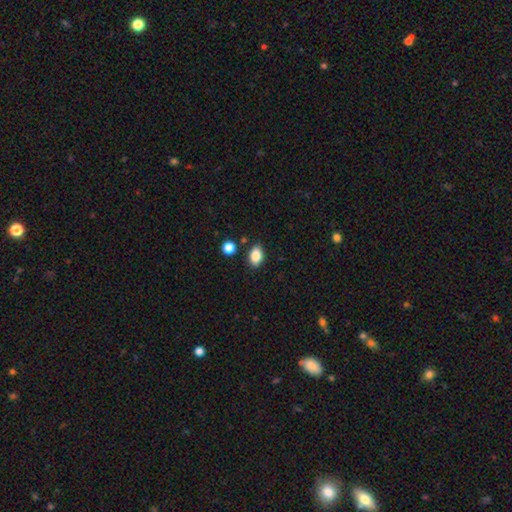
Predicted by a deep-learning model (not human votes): smooth 86%, star or artifact 9%, featured or disk 5%. Down the decision tree: how rounded — in between (83%); merging — none (83%).